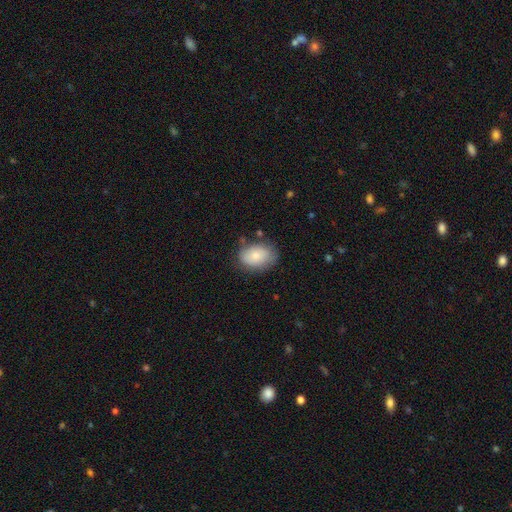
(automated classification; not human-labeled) The model was most divided on "merging": none: 72%, minor disturbance: 20%, major disturbance: 5%, merger: 2%. More confident: how rounded — in between (80%); smooth or featured — smooth (79%).